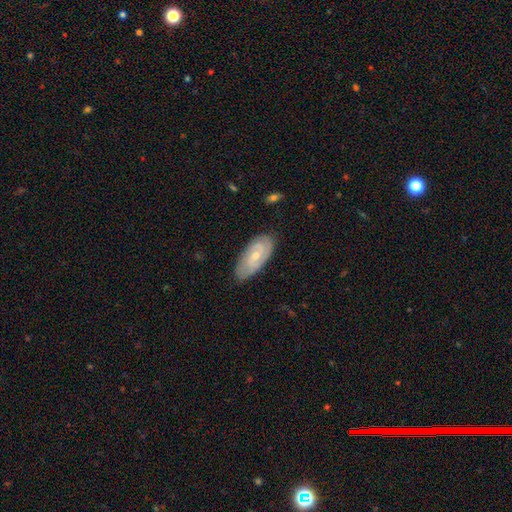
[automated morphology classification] Smooth or featured: featured or disk — 65% (smooth — 29%)
Edge-on disk: no — 92% (yes — 8%)
Bar: no — 57% (weak — 36%)
Spiral arms: yes — 84% (no — 16%)
Bulge size: small — 57% (moderate — 39%)
Merging: none — 77% (minor disturbance — 18%)